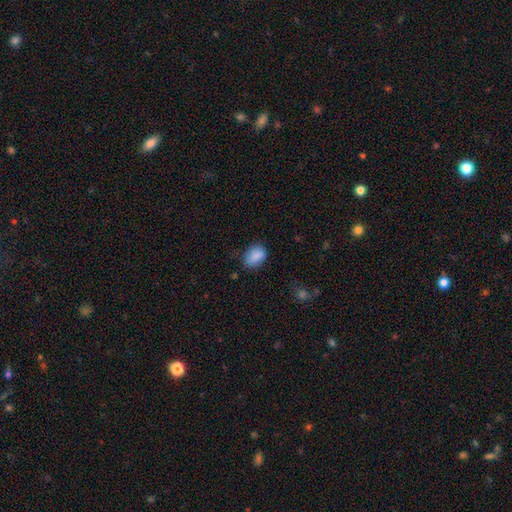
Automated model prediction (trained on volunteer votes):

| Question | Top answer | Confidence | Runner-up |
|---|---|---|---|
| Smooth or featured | smooth | 86% | star or artifact (8%) |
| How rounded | in between | 78% | round (21%) |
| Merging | none | 70% | minor disturbance (24%) |